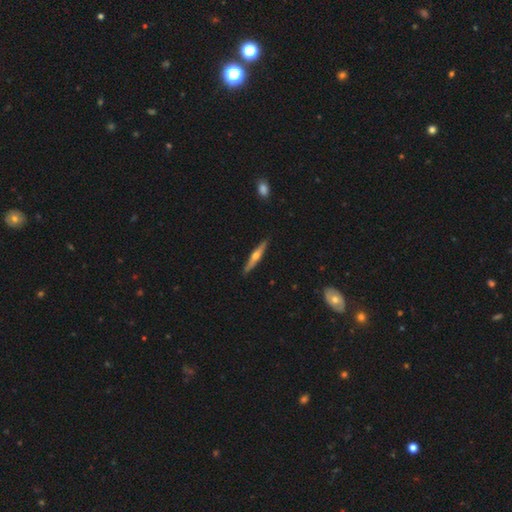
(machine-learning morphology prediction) Smooth or featured: featured or disk — 66% (smooth — 28%)
Edge-on disk: yes — 97% (no — 3%)
Edge-on bulge: rounded — 92% (none — 5%)
Merging: none — 91% (minor disturbance — 7%)